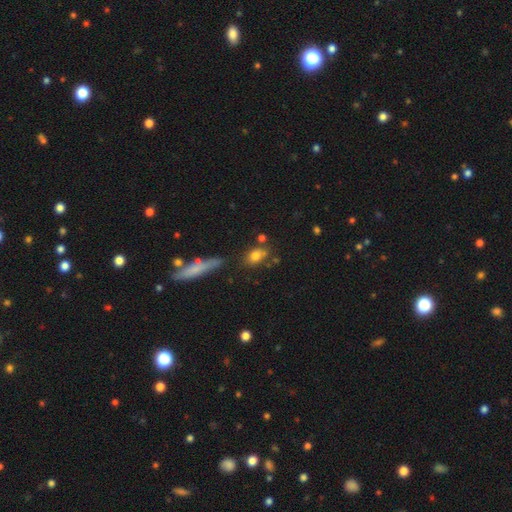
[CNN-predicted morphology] smooth 77%, featured or disk 12%, star or artifact 11%. Down the decision tree: how rounded — in between (67%); merging — none (65%).